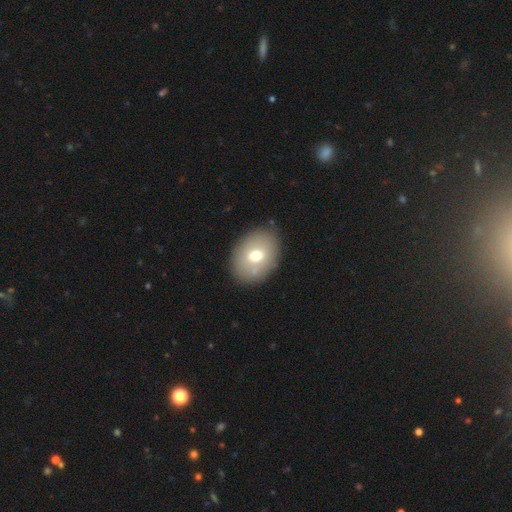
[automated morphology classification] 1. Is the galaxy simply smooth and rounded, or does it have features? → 67% smooth, 25% featured or disk, 8% star or artifact.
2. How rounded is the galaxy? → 70% in between, 29% round, 1% cigar-shaped.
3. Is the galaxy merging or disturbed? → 83% none, 11% minor disturbance, 3% major disturbance, 3% merger.